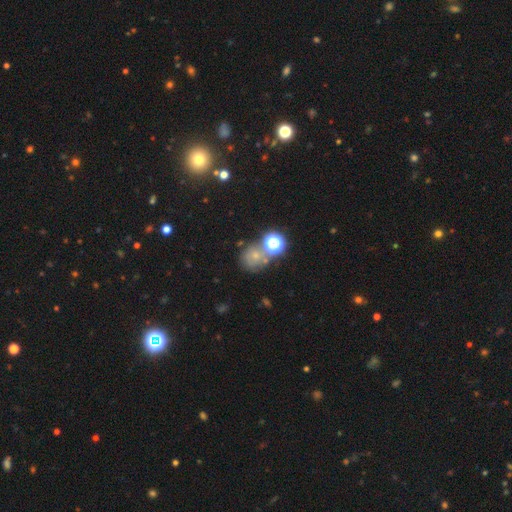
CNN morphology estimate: type=smooth (56%); roundness=round (81%); merging=none (52%).